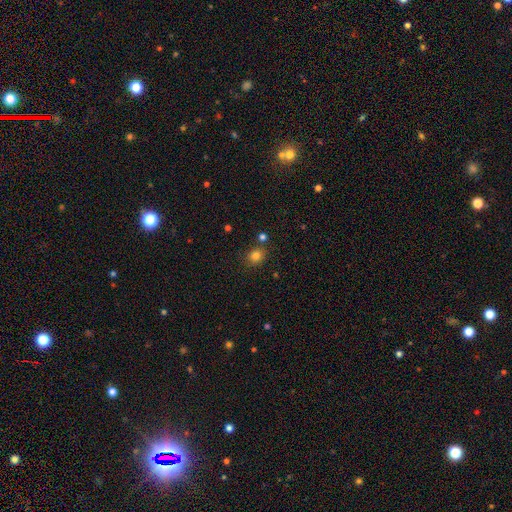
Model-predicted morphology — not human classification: Smooth or featured: smooth — 81% (star or artifact — 14%)
How rounded: round — 71% (in between — 28%)
Merging: none — 80% (minor disturbance — 10%)